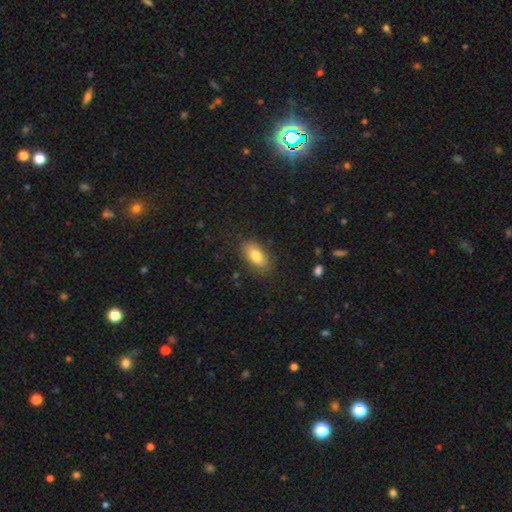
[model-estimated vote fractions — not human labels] Smooth or featured?
  - smooth: 81% *
  - featured or disk: 12%
  - star or artifact: 7%
How rounded?
  - in between: 89% *
  - cigar-shaped: 7%
  - round: 4%
Merging?
  - none: 85% *
  - minor disturbance: 11%
  - major disturbance: 3%
  - merger: 1%